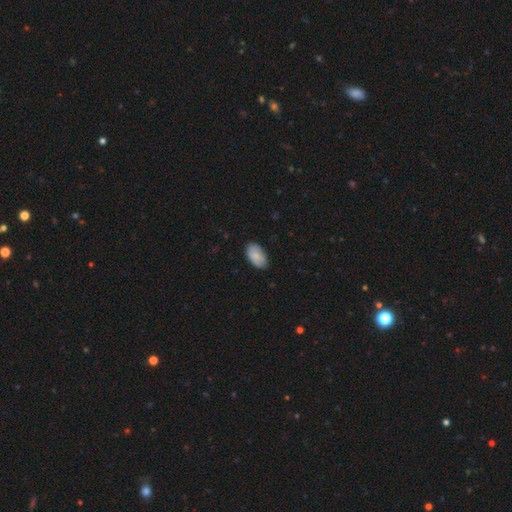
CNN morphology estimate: This is clearly a smooth galaxy (81%). How rounded: clearly in between (94%). Merging: clearly none (82%).